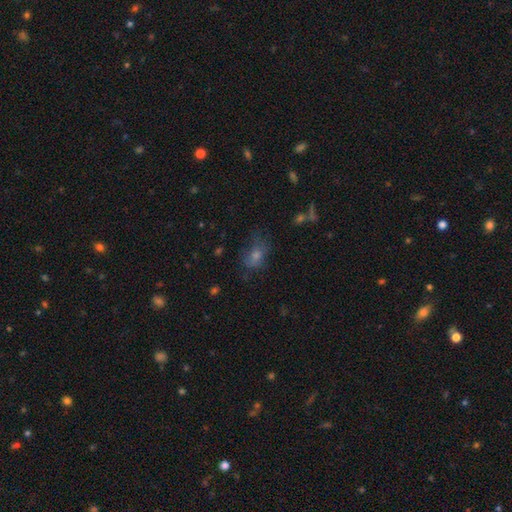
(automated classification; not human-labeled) This is possibly a smooth galaxy (57%). How rounded: likely in between (69%). Merging: possibly none (53%).